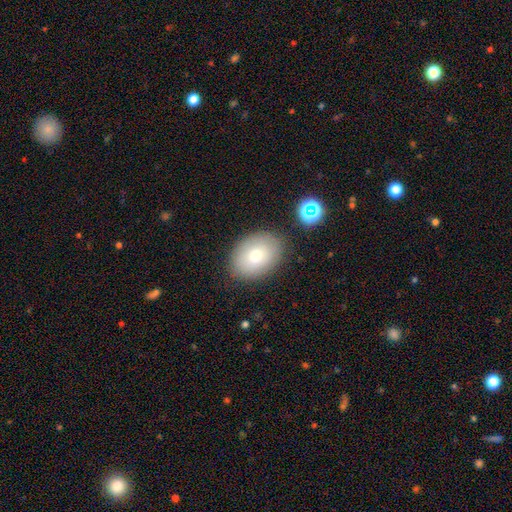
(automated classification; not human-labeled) Smooth or featured?
  - smooth: 76% *
  - featured or disk: 15%
  - star or artifact: 9%
How rounded?
  - in between: 76% *
  - round: 23%
  - cigar-shaped: 1%
Merging?
  - none: 83% *
  - minor disturbance: 11%
  - major disturbance: 3%
  - merger: 3%